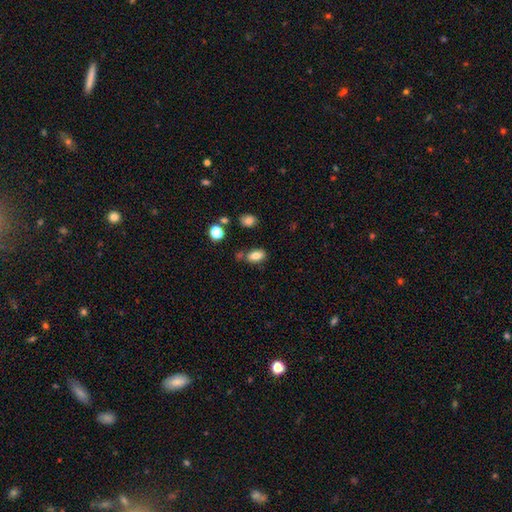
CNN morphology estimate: A smooth galaxy with no disk features (81%) that is in between round and cigar-shaped (87%).

Vote fractions:
- Smooth or featured? smooth: 81% / star or artifact: 10% / featured or disk: 9%
- How rounded? in between: 87% / round: 9% / cigar-shaped: 4%
- Merging? none: 70% / minor disturbance: 17% / merger: 9% / major disturbance: 4%